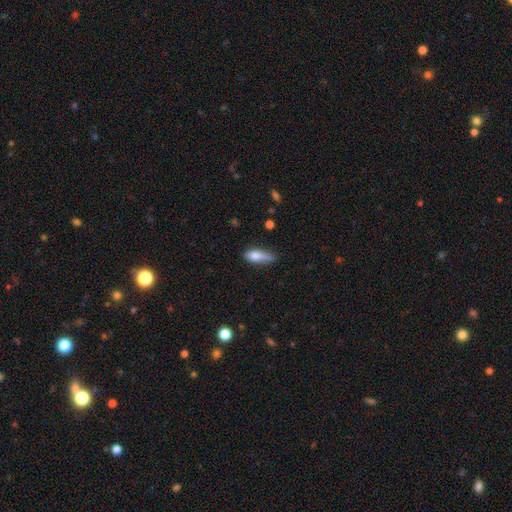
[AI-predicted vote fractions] Q: Smooth or featured?
A: smooth (78%); runner-up: featured or disk (15%)
Q: How rounded?
A: in between (58%); runner-up: cigar-shaped (39%)
Q: Merging?
A: none (45%); runner-up: minor disturbance (38%)